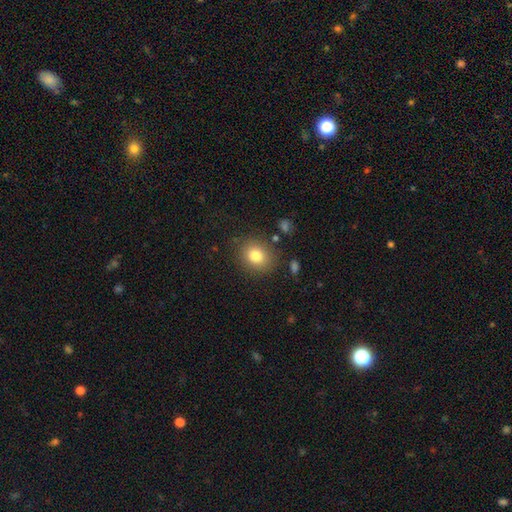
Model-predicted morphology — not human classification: A smooth galaxy with no disk features (81%) that is round (68%).

Vote fractions:
- Smooth or featured? smooth: 81% / star or artifact: 11% / featured or disk: 9%
- How rounded? round: 68% / in between: 31% / cigar-shaped: 1%
- Merging? none: 84% / minor disturbance: 10% / major disturbance: 4% / merger: 3%